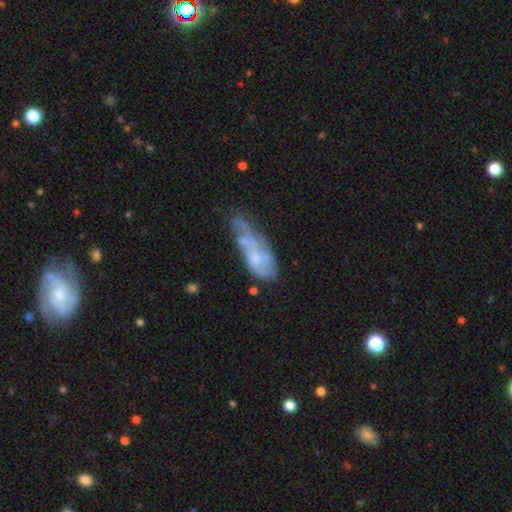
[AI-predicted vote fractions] Smooth or featured: featured or disk — 54% (smooth — 38%)
Edge-on disk: no — 88% (yes — 12%)
Merging: minor disturbance — 31% (none — 30%)